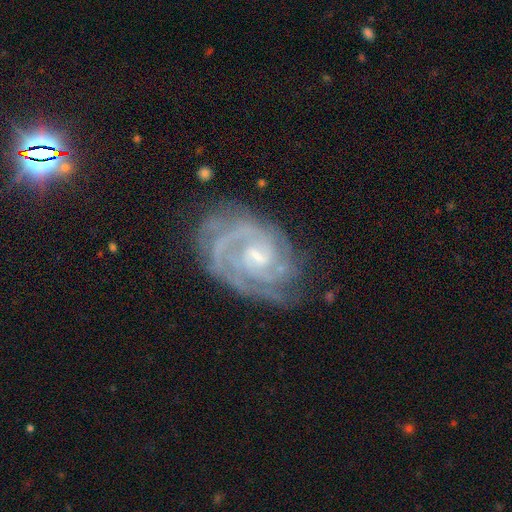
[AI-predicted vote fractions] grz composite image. It shows a featured or disk galaxy (89%) with a weak bar (52%), 2 (36%) tight (65%) spiral arms (97%) and a small central bulge (60%). Merging: none (65%).